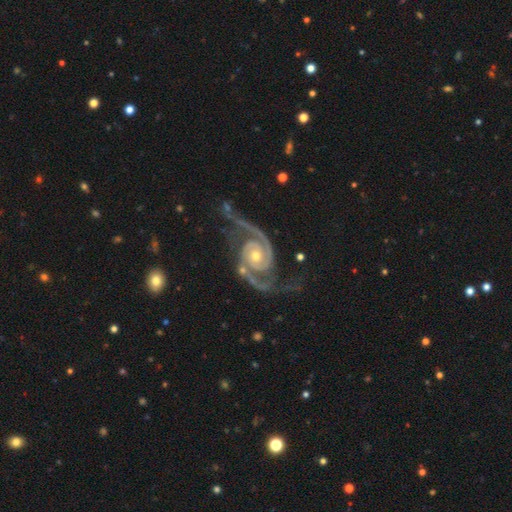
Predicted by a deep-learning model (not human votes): A featured or disk galaxy (94%) with no bar (69%), 2 (93%) medium (51%) spiral arms (99%) and a moderate central bulge (48%). Merging: none (68%).